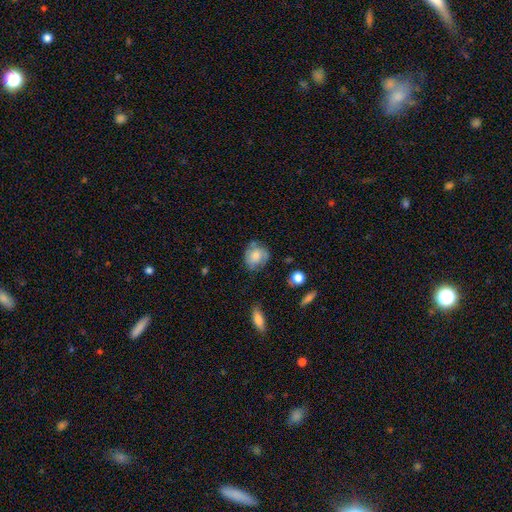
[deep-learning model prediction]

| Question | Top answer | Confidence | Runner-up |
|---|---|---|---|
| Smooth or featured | smooth | 53% | featured or disk (39%) |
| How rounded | round | 68% | in between (30%) |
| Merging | none | 62% | minor disturbance (26%) |